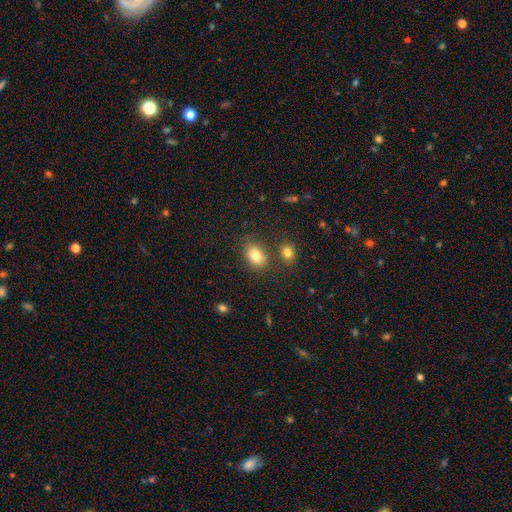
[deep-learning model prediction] Overall: smooth (82%). How rounded: in between (81%). Merging: none (73%).